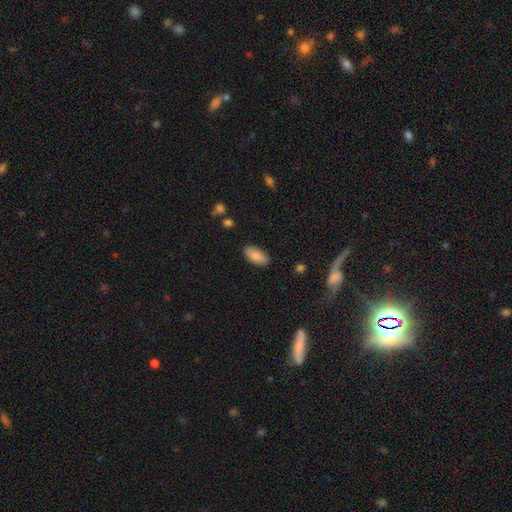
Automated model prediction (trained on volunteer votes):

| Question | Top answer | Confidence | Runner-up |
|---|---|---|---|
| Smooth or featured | smooth | 87% | featured or disk (7%) |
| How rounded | in between | 93% | cigar-shaped (5%) |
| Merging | none | 87% | minor disturbance (10%) |